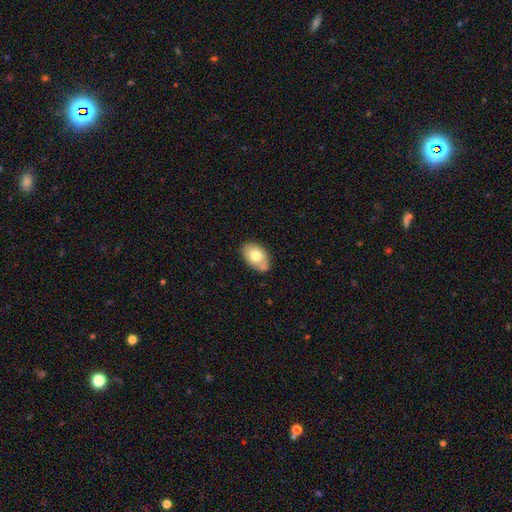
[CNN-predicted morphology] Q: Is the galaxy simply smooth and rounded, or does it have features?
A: smooth — 74%.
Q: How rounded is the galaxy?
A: in between — 88%.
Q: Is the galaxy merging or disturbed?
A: none — 68%.